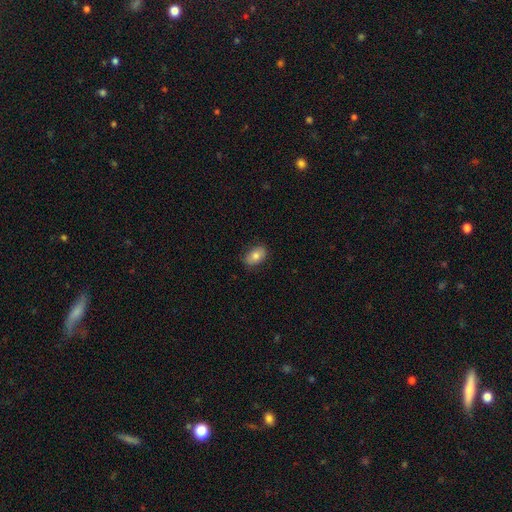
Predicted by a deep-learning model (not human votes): This appears to be a smooth galaxy with no disk features (78%) that is in between round and cigar-shaped (89%). Merging: none (83%).